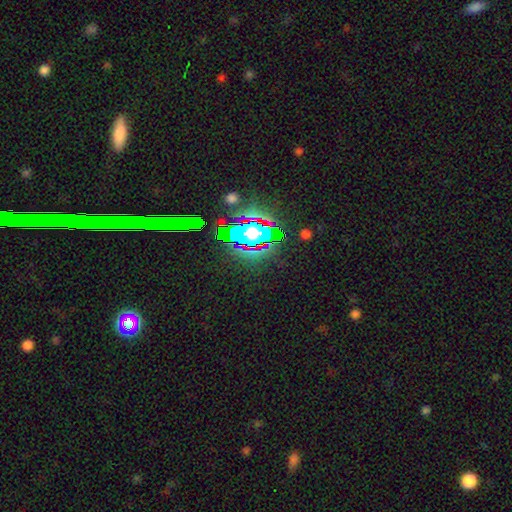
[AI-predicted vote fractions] smooth_or_featured: star or artifact (p=0.84) [alt: smooth p=0.08]